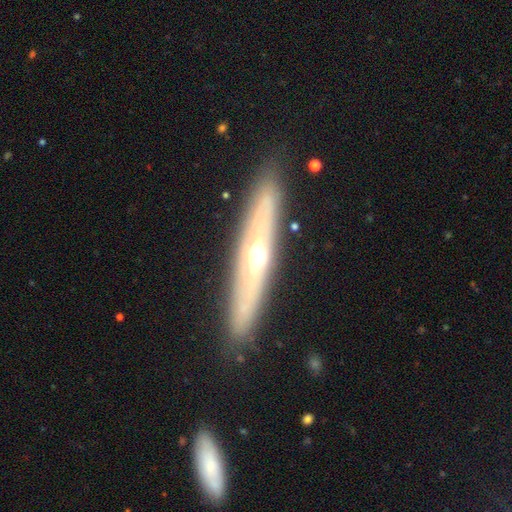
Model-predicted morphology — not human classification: smooth_or_featured: featured or disk (p=0.56) [alt: smooth p=0.37]
disk_edge_on: yes (p=0.74) [alt: no p=0.26]
merging: none (p=0.87) [alt: minor disturbance p=0.09]